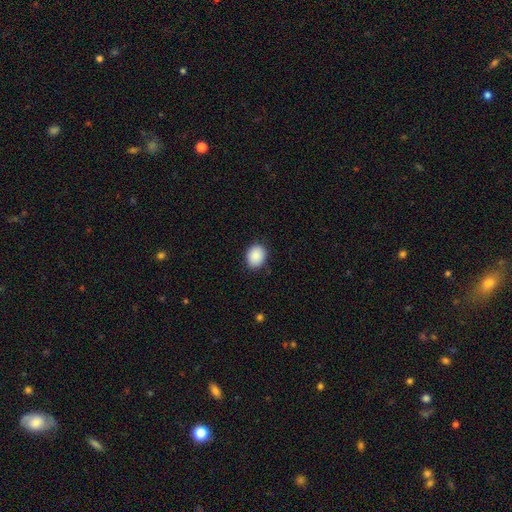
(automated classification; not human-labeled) smooth-or-featured: smooth: 90% | star or artifact: 7% | featured or disk: 3%
  how-rounded: round: 50% | in between: 49% | cigar-shaped: 1%
  merging: none: 88% | minor disturbance: 9% | major disturbance: 2% | merger: 1%